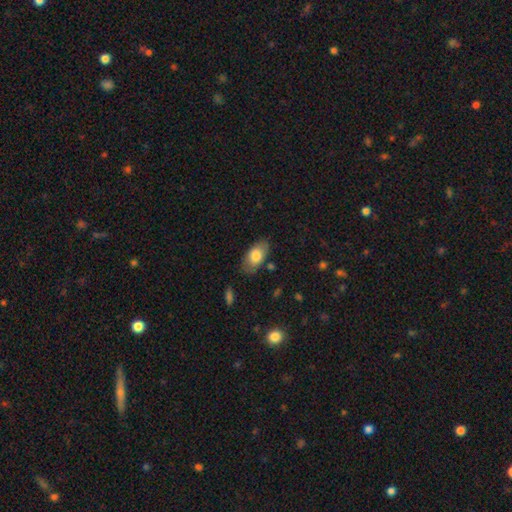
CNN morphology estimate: smooth 77%, featured or disk 17%, star or artifact 6%. Down the decision tree: how rounded — in between (92%); merging — none (78%).